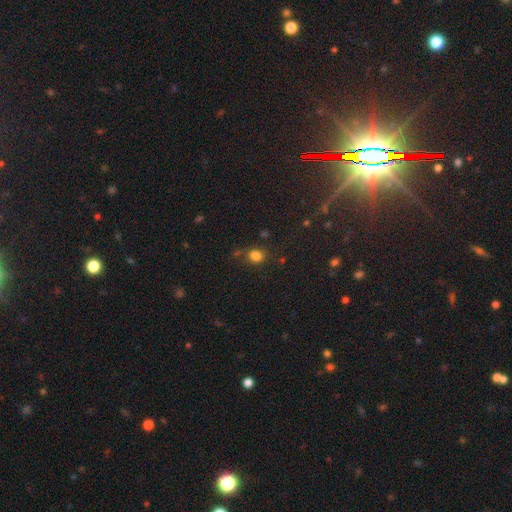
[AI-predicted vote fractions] This is clearly a smooth galaxy (80%). How rounded: possibly round (56%). Merging: likely none (71%).